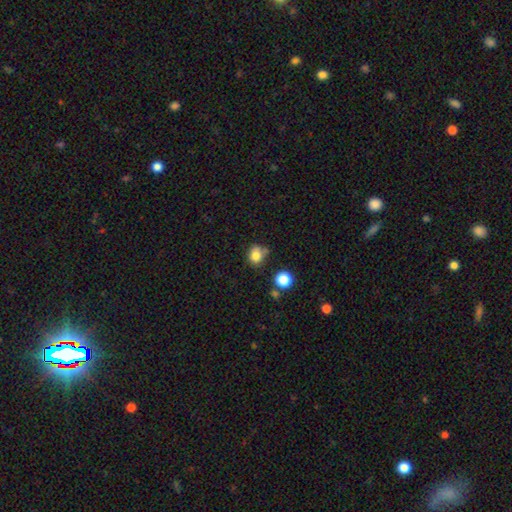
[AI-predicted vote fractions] Overall: smooth (79%). How rounded: round (68%; in between 31%). Merging: none (55%; minor disturbance 25%).